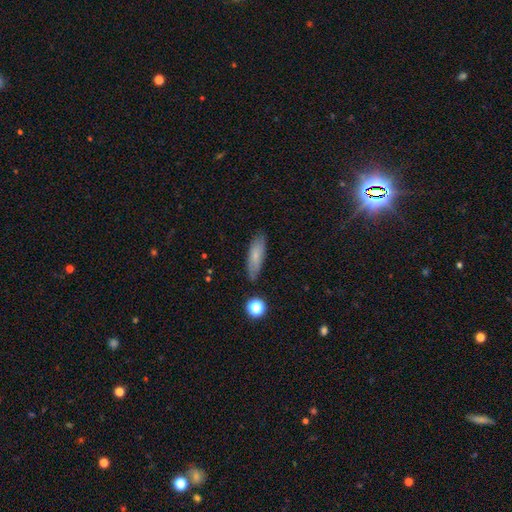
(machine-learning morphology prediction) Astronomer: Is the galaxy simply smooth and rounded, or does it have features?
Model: smooth — 71%.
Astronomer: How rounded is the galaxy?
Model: in between — 51% (runner-up: cigar-shaped, 46%).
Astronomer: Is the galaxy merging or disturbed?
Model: none — 80%.